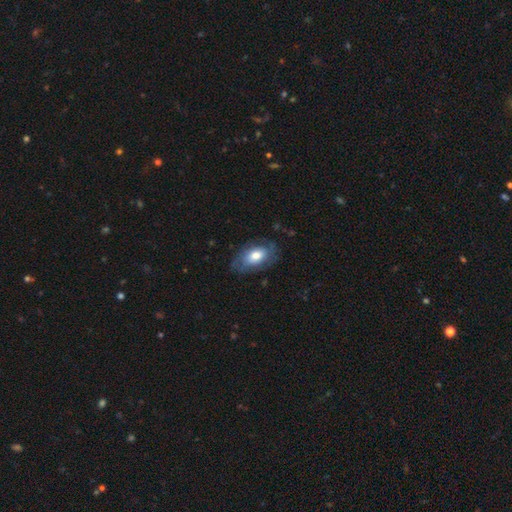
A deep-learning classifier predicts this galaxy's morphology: This is possibly a smooth galaxy (55%). How rounded: clearly in between (91%). Merging: likely none (70%).